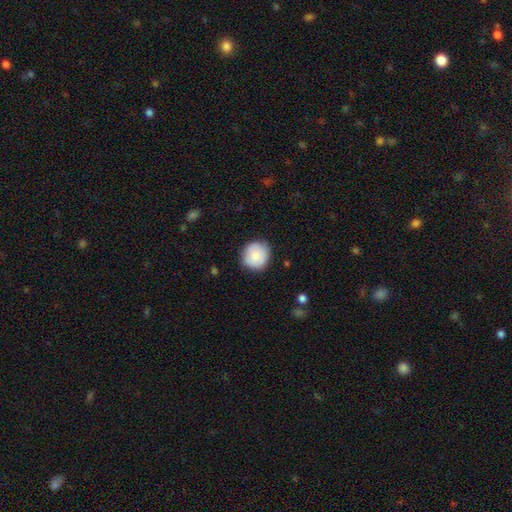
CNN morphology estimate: smooth-or-featured: smooth: 82% | featured or disk: 11% | star or artifact: 7%
  how-rounded: round: 91% | in between: 8% | cigar-shaped: 1%
  merging: none: 85% | minor disturbance: 12% | major disturbance: 2% | merger: 1%